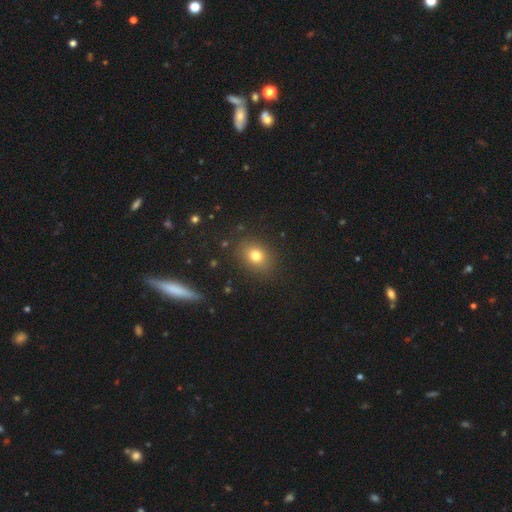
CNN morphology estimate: Q: Smooth or featured?
A: smooth (77%); runner-up: star or artifact (14%)
Q: How rounded?
A: in between (54%); runner-up: round (45%)
Q: Merging?
A: none (86%); runner-up: minor disturbance (10%)